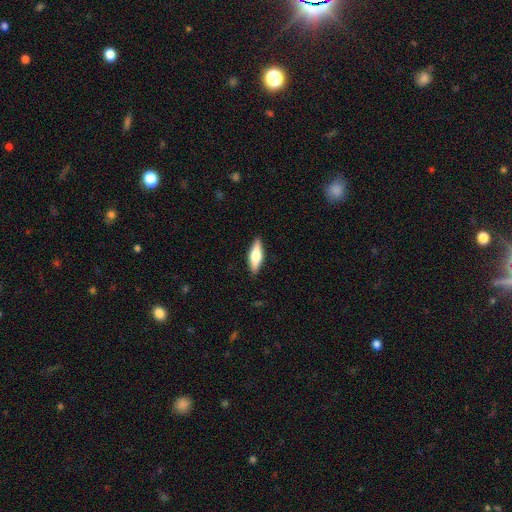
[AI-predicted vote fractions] A smooth galaxy with no disk features (55%) that is cigar-shaped (50%).

Vote fractions:
- Smooth or featured? smooth: 55% / featured or disk: 40% / star or artifact: 6%
- How rounded? cigar-shaped: 50% / in between: 48% / round: 2%
- Merging? none: 89% / minor disturbance: 9% / major disturbance: 2% / merger: 1%